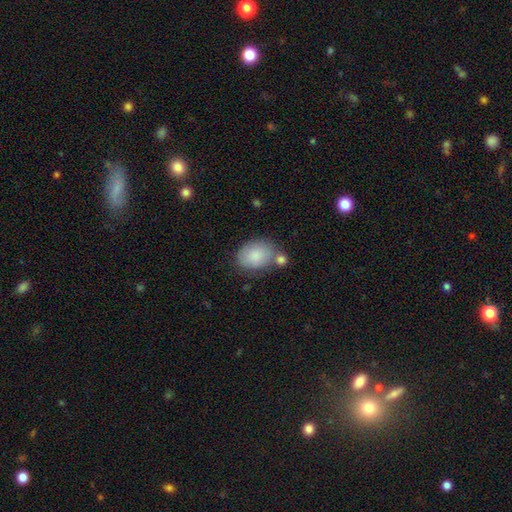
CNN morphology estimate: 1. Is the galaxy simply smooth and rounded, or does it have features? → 84% smooth, 10% featured or disk, 6% star or artifact.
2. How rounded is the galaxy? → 75% in between, 24% round, 1% cigar-shaped.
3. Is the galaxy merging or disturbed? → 56% none, 20% minor disturbance, 17% merger, 6% major disturbance.